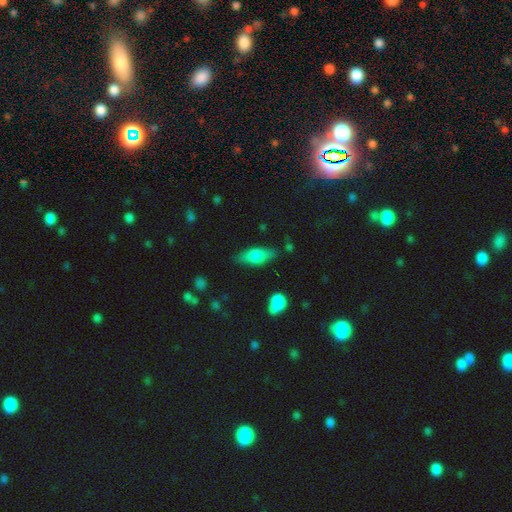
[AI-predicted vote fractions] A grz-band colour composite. It shows a smooth galaxy with no disk features (68%) that is in between round and cigar-shaped (72%). Merging: none (78%).